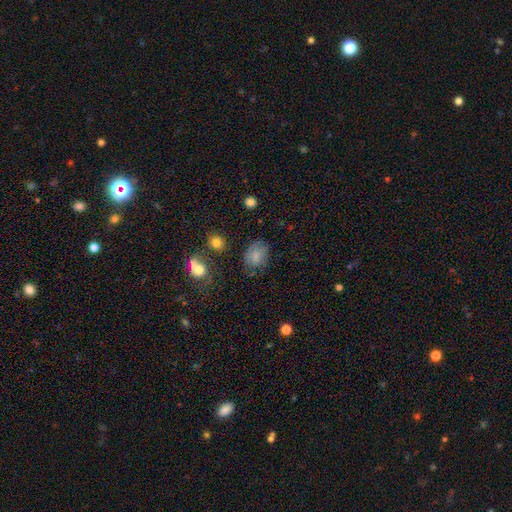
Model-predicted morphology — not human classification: A smooth galaxy with no disk features (78%) that is in between round and cigar-shaped (63%). Merging: none (64%).